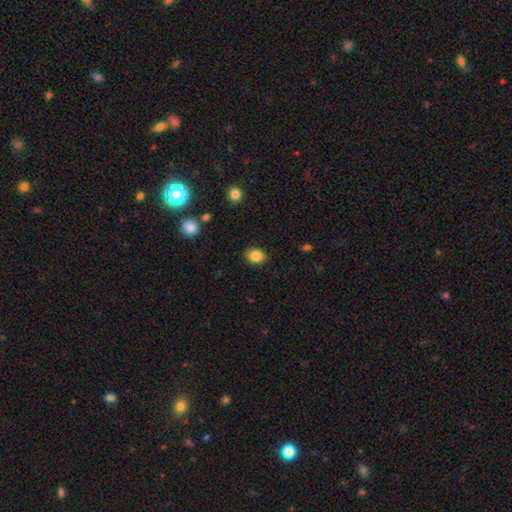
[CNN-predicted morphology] Q: Smooth or featured?
A: smooth (85%); runner-up: star or artifact (9%)
Q: How rounded?
A: in between (51%); runner-up: round (48%)
Q: Merging?
A: none (87%); runner-up: minor disturbance (9%)